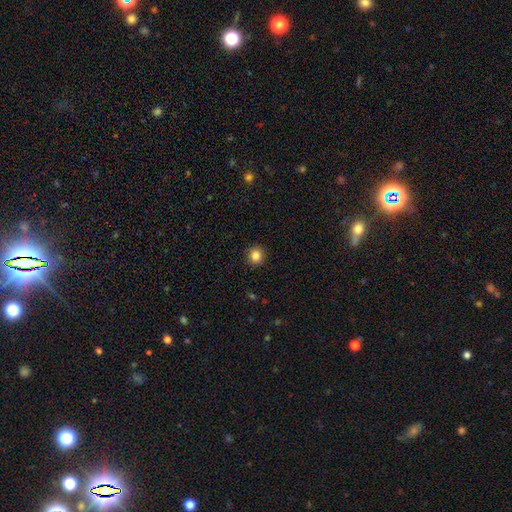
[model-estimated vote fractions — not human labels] Smooth or featured? smooth (85%)
How rounded? round (89%)
Merging? none (91%)